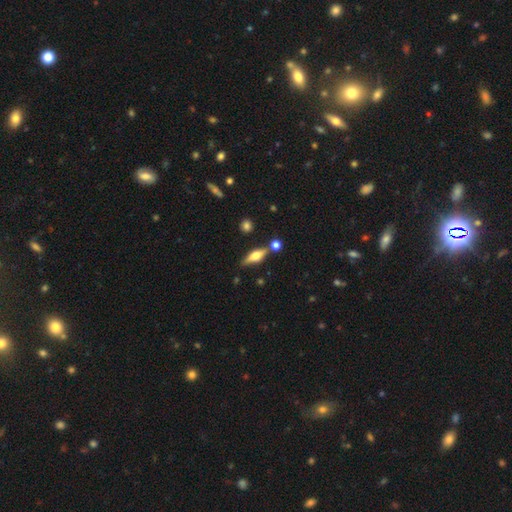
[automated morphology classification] smooth_or_featured: featured or disk (p=0.52) [alt: smooth p=0.41]
disk_edge_on: yes (p=0.92) [alt: no p=0.08]
merging: none (p=0.74) [alt: minor disturbance p=0.12]